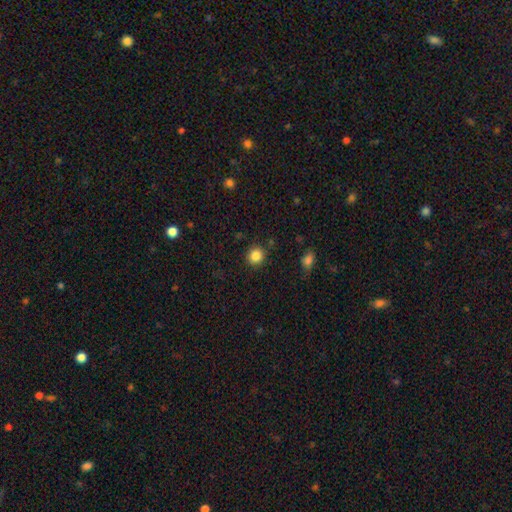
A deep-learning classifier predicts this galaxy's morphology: smooth-or-featured: smooth: 85% | star or artifact: 10% | featured or disk: 4%
  how-rounded: round: 87% | in between: 12% | cigar-shaped: 1%
  merging: none: 87% | minor disturbance: 8% | major disturbance: 2% | merger: 2%